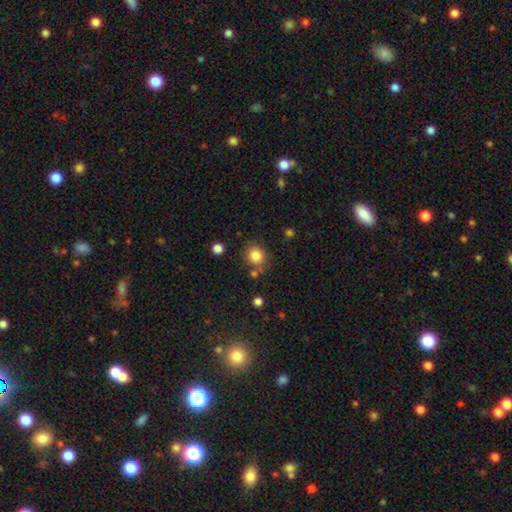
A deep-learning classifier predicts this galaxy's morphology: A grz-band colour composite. It shows a smooth galaxy with no disk features (84%) that is round (85%). Merging: none (75%).